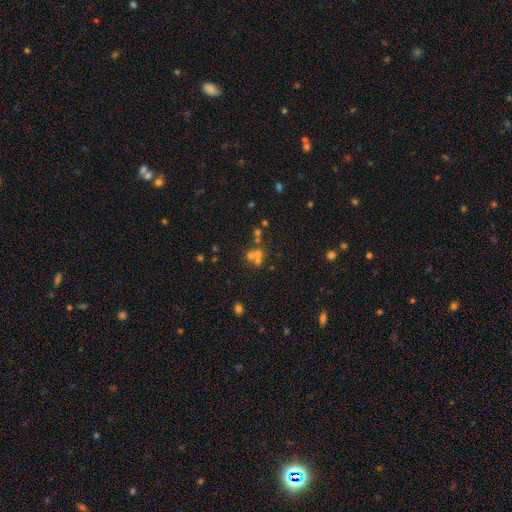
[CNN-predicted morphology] Smooth or featured? Predicted: smooth (p=0.44). Merging? Predicted: merger (p=0.47).